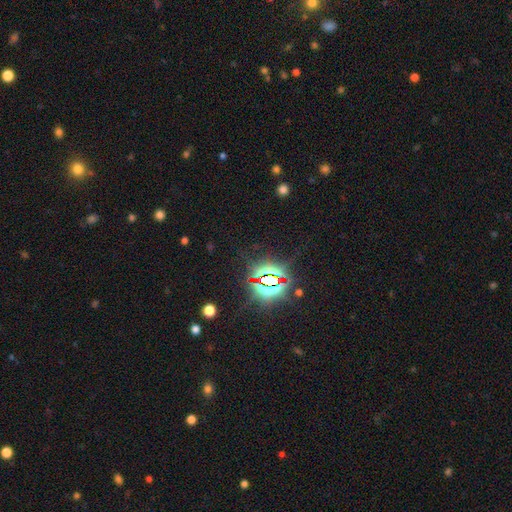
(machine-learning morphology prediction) Smooth or featured? Predicted: star or artifact (p=0.83).